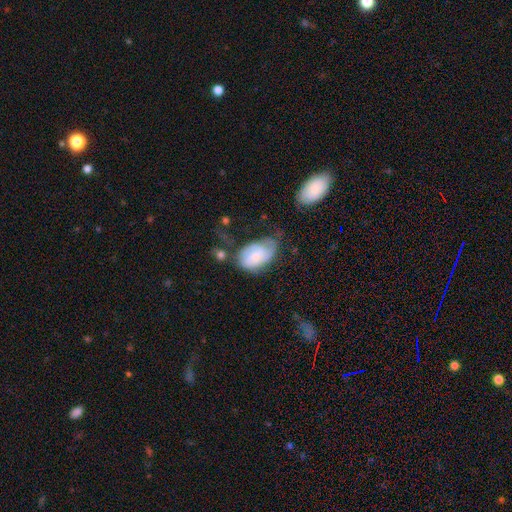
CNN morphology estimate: The model was most divided on "merging": none: 36%, minor disturbance: 33%, major disturbance: 23%, merger: 8%. More confident: how rounded — in between (89%); smooth or featured — smooth (53%).